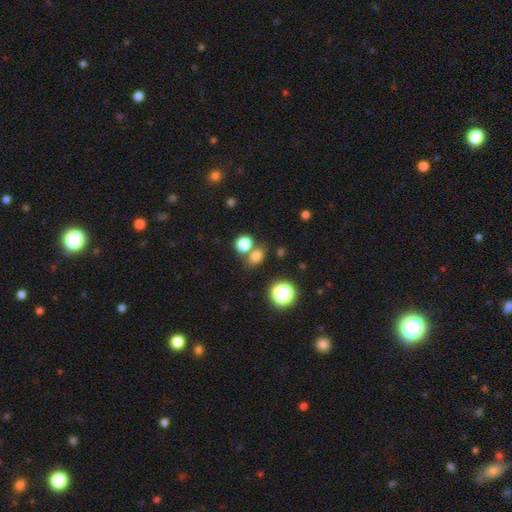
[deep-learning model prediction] This is likely a smooth galaxy (76%). How rounded: possibly in between (54%). Merging: possibly none (59%).